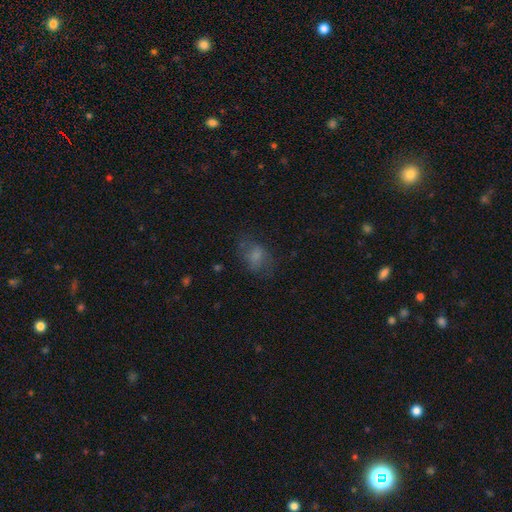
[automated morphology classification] type=smooth (66%); roundness=in between (71%); merging=none (55%).